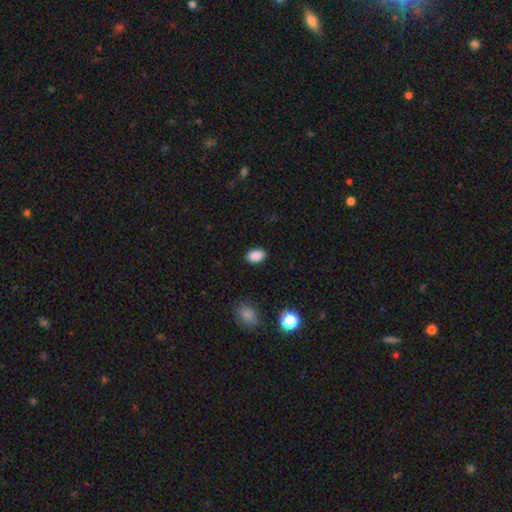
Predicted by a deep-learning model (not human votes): Q: Smooth or featured?
A: smooth (88%); runner-up: star or artifact (9%)
Q: How rounded?
A: in between (85%); runner-up: round (14%)
Q: Merging?
A: none (88%); runner-up: minor disturbance (8%)